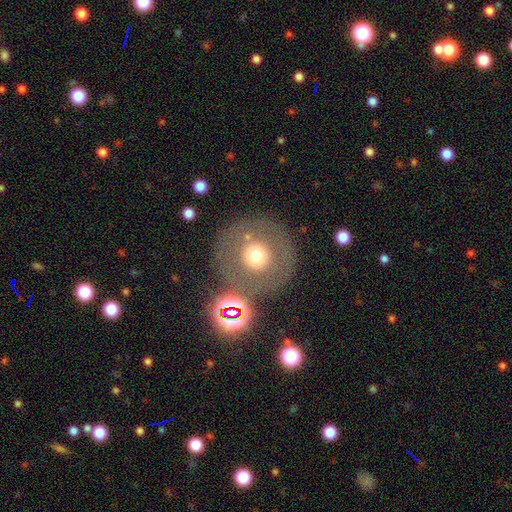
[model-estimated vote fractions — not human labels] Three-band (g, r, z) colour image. It shows a smooth galaxy with no disk features (55%) that is round (94%). Merging: none (72%).